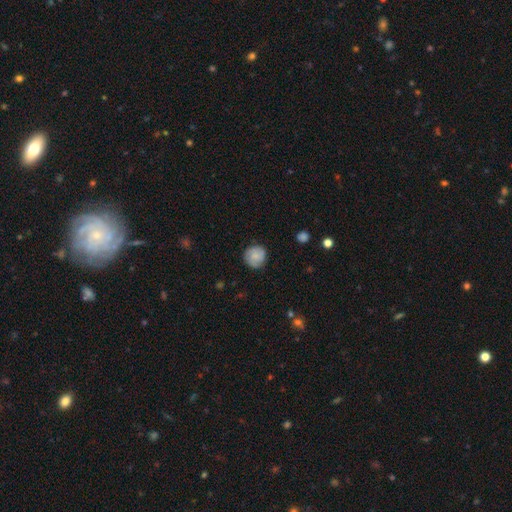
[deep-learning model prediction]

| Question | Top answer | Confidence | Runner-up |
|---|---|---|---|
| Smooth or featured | smooth | 69% | featured or disk (24%) |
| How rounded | round | 89% | in between (10%) |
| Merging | none | 80% | minor disturbance (15%) |